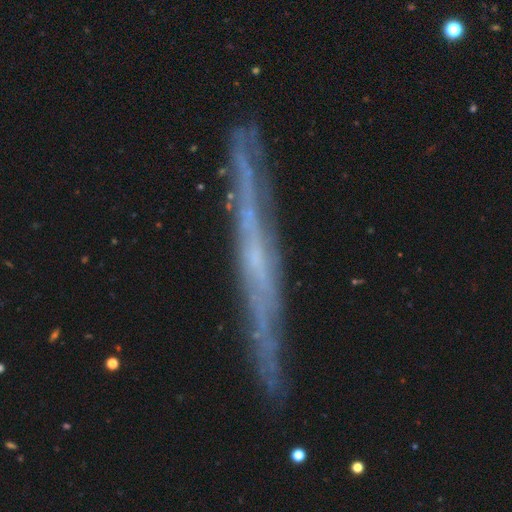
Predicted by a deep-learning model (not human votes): Smooth or featured? Predicted: featured or disk (p=0.73). Edge-on disk? Predicted: yes (p=0.92). Edge-on bulge? Predicted: none (p=0.70). Merging? Predicted: none (p=0.86).